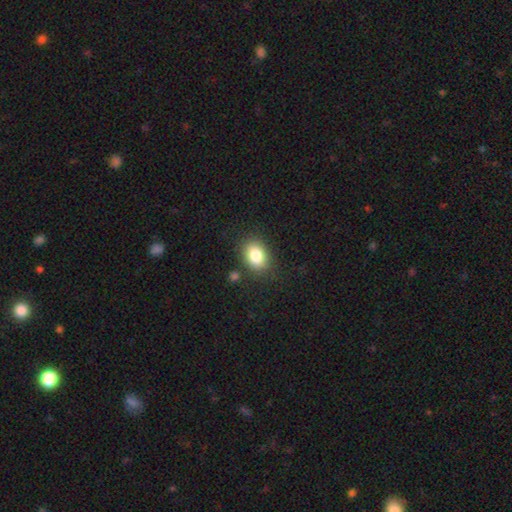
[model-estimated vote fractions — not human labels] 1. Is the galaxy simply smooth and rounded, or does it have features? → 83% smooth, 9% star or artifact, 8% featured or disk.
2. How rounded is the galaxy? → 73% in between, 25% round, 1% cigar-shaped.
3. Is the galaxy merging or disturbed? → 82% none, 11% minor disturbance, 4% merger, 3% major disturbance.